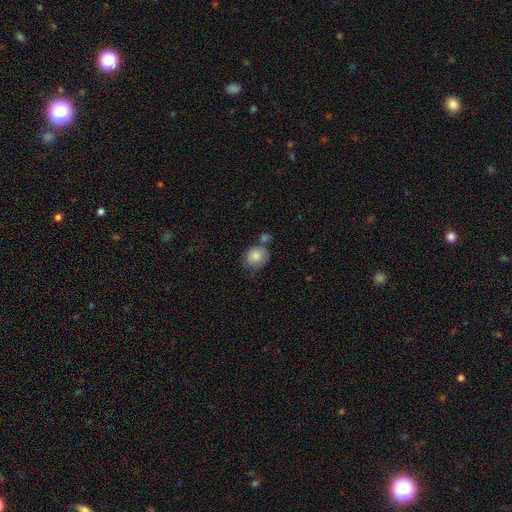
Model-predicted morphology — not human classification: This is clearly a smooth galaxy (80%). How rounded: likely round (74%). Merging: possibly none (53%).